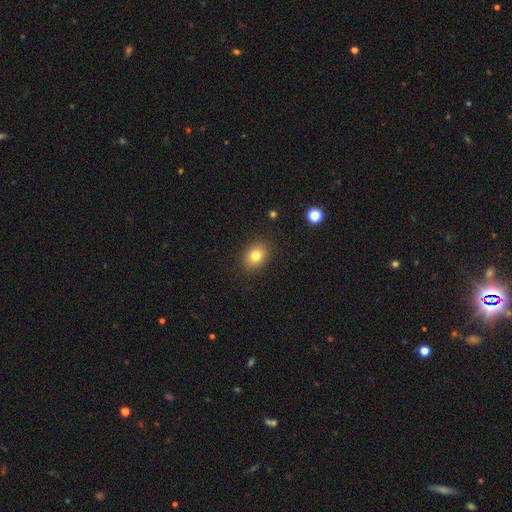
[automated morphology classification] smooth 81%, star or artifact 10%, featured or disk 9%. Down the decision tree: how rounded — in between (62%); merging — none (88%).